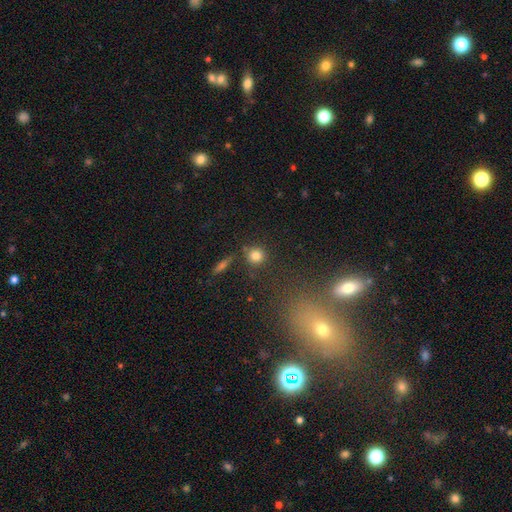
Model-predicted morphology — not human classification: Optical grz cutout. It shows a smooth galaxy with no disk features (82%) that is round (91%). Merging: none (79%).